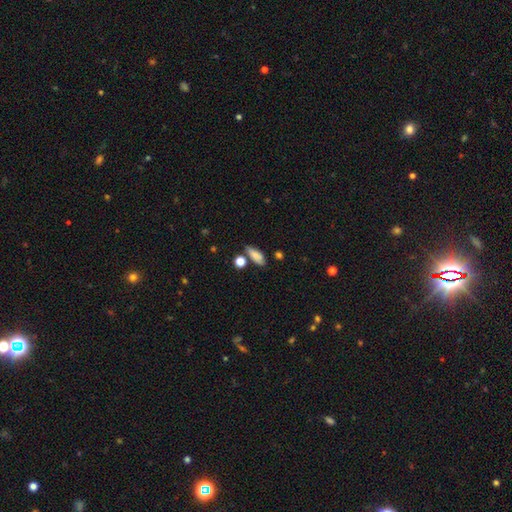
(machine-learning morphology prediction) smooth-or-featured: smooth: 81% | featured or disk: 9% | star or artifact: 9%
  how-rounded: in between: 71% | cigar-shaped: 23% | round: 6%
  merging: none: 64% | minor disturbance: 20% | merger: 10% | major disturbance: 6%